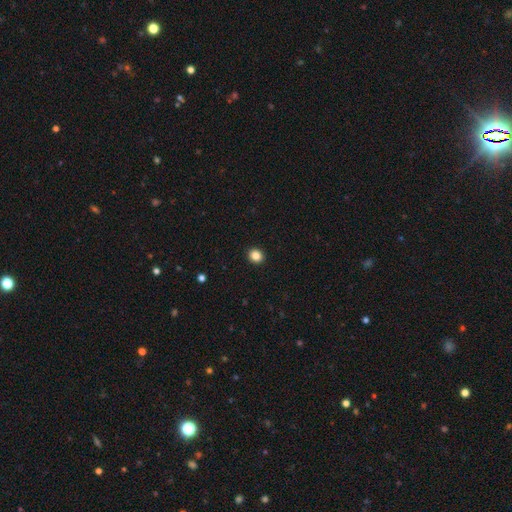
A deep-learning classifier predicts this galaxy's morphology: This appears to be a smooth galaxy with no disk features (85%) that is round (82%). Merging: none (93%).